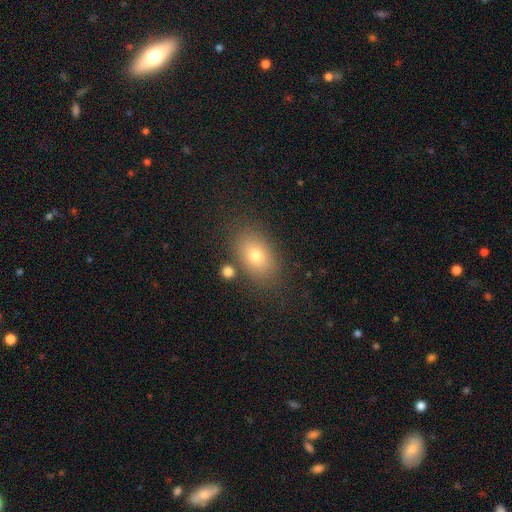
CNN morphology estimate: This appears to be a smooth galaxy with no disk features (75%) that is in between round and cigar-shaped (83%). Merging: none (79%).